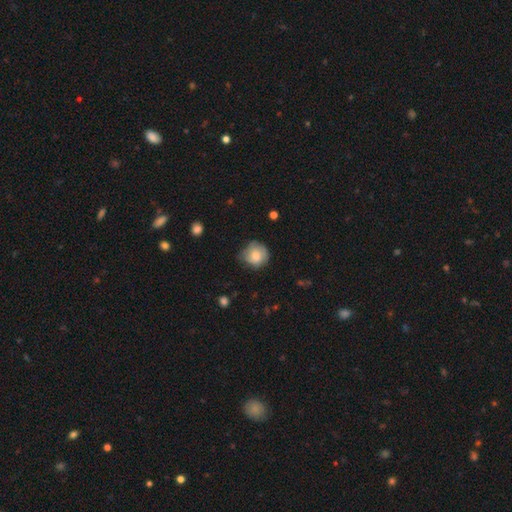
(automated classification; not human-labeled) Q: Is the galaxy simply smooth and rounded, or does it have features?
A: smooth — 75%.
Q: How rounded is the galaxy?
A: round — 84%.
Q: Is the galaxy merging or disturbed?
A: none — 55%.